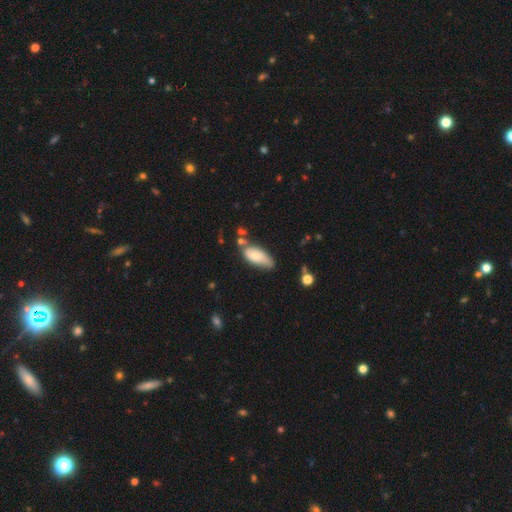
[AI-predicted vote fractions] smooth-or-featured: smooth: 63% | featured or disk: 30% | star or artifact: 7%
  how-rounded: in between: 86% | cigar-shaped: 11% | round: 2%
  merging: none: 49% | minor disturbance: 32% | merger: 10% | major disturbance: 8%